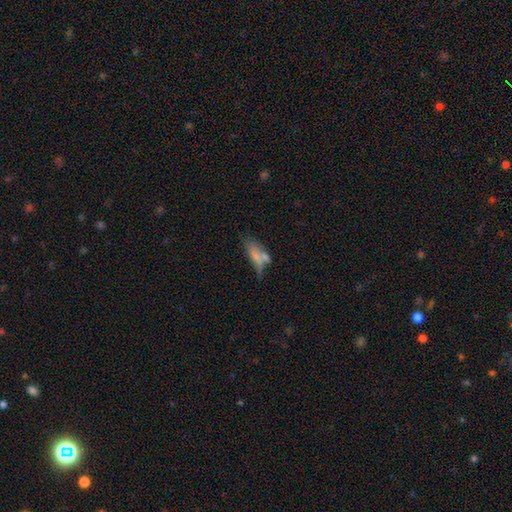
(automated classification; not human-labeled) This appears to be a smooth galaxy with no disk features (63%) that is in between round and cigar-shaped (58%). Merging: merger (33%).